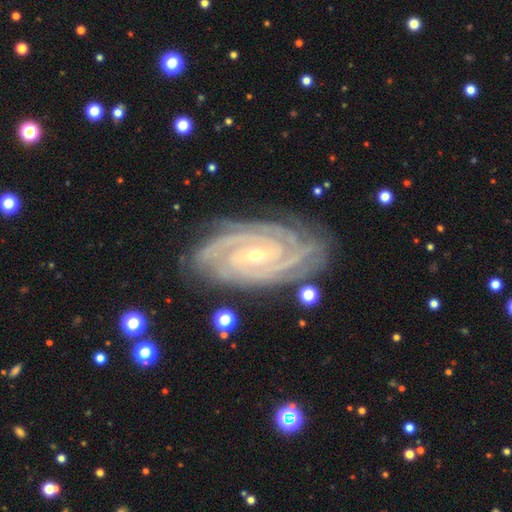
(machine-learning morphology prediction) This is clearly a featured or disk galaxy (93%). It is clearly not viewed edge-on (97%). Bar: marginally no (38%). Spiral arm pattern: clearly yes (99%). Spiral arm count: marginally 4 (29%). Spiral winding: clearly tight (83%). Central bulge: likely small (73%). Merging: clearly none (81%).